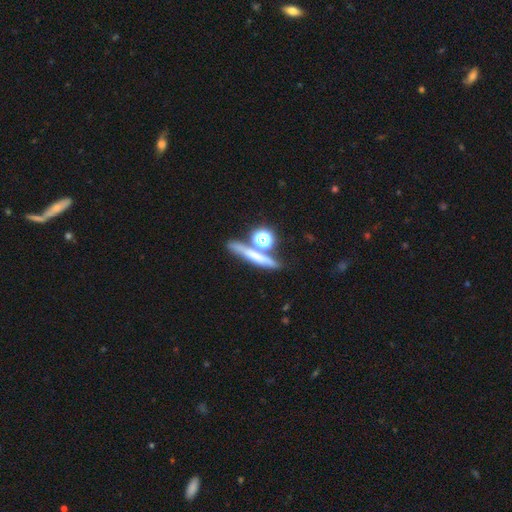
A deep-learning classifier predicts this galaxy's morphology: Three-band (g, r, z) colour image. It shows a smooth galaxy with no disk features (53%) that is cigar-shaped (52%). Merging: none (65%).